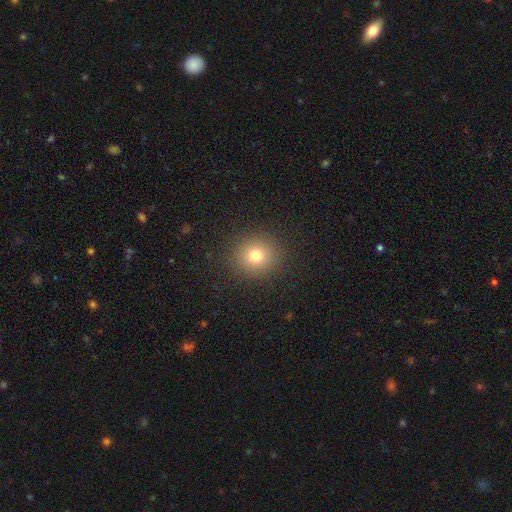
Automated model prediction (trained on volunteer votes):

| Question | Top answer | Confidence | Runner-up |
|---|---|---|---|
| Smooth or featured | smooth | 77% | star or artifact (15%) |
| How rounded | round | 90% | in between (9%) |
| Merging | none | 91% | minor disturbance (6%) |